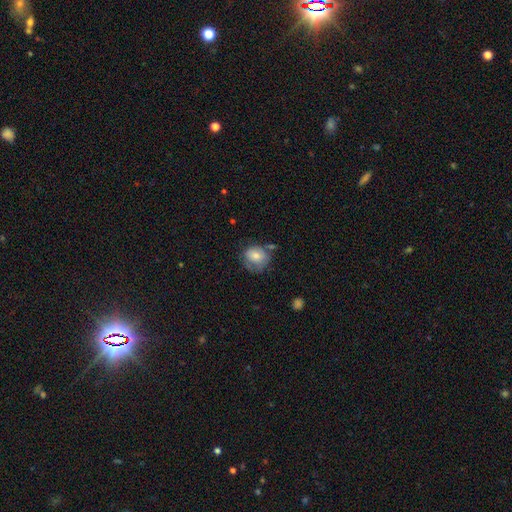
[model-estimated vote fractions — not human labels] smooth 70%, featured or disk 21%, star or artifact 8%. Down the decision tree: how rounded — round (65%); merging — none (49%).